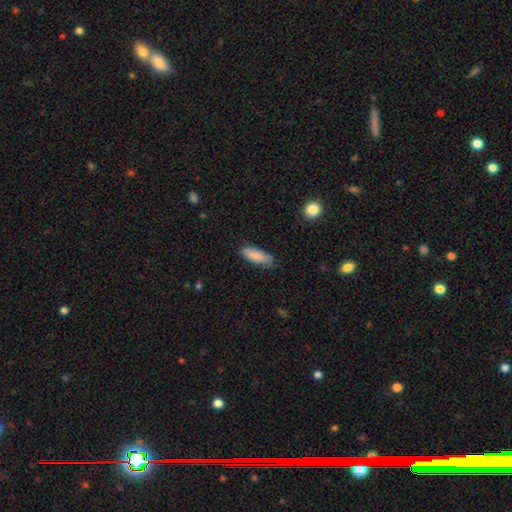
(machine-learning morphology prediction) Q: Smooth or featured?
A: smooth (86%); runner-up: featured or disk (8%)
Q: How rounded?
A: in between (64%); runner-up: cigar-shaped (35%)
Q: Merging?
A: none (77%); runner-up: minor disturbance (18%)